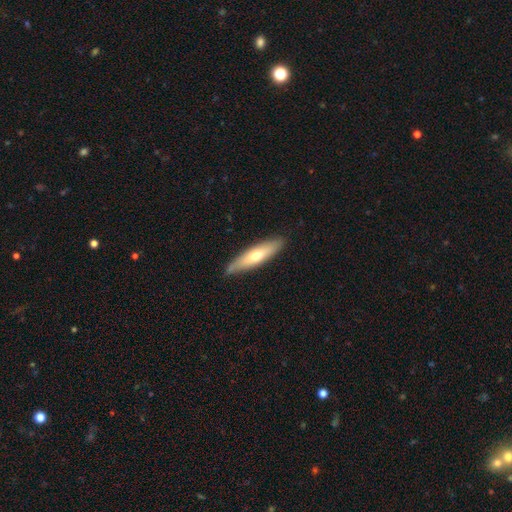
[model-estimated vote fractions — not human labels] smooth_or_featured: smooth (p=0.55) [alt: featured or disk p=0.39]
how_rounded: cigar-shaped (p=0.73) [alt: in between p=0.25]
merging: none (p=0.83) [alt: minor disturbance p=0.14]